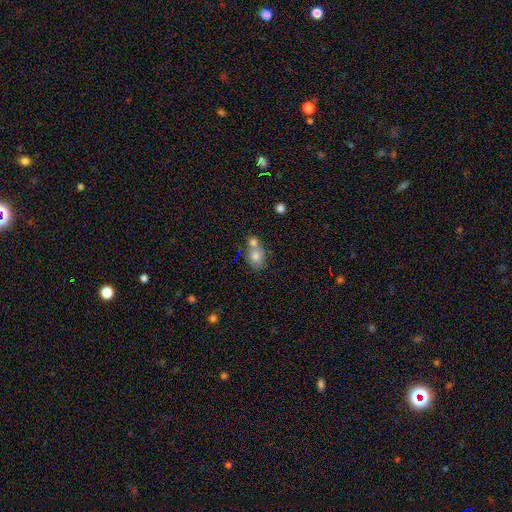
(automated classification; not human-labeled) This is likely a smooth galaxy (75%). How rounded: possibly round (51%). Merging: possibly merger (46%).